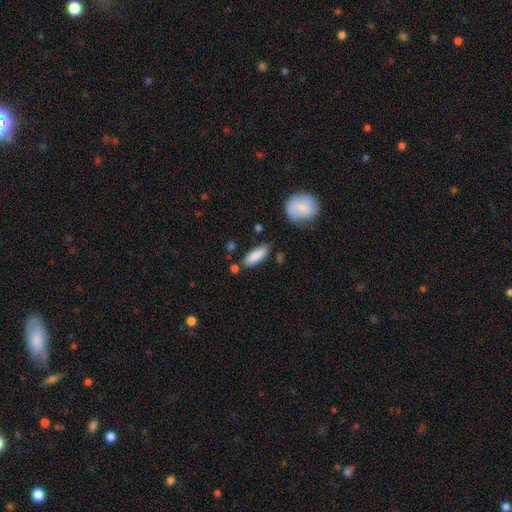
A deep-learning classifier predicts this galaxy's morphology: Smooth or featured? smooth (87%)
How rounded? in between (66%)
Merging? none (79%)